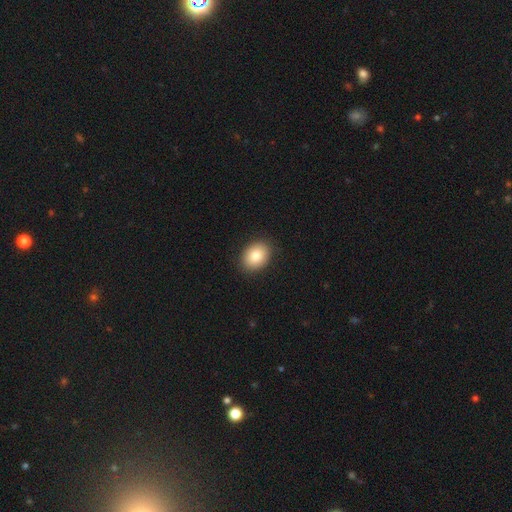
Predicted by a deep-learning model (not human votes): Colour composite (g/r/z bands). It shows a smooth galaxy with no disk features (85%) that is in between round and cigar-shaped (64%). Merging: none (89%).